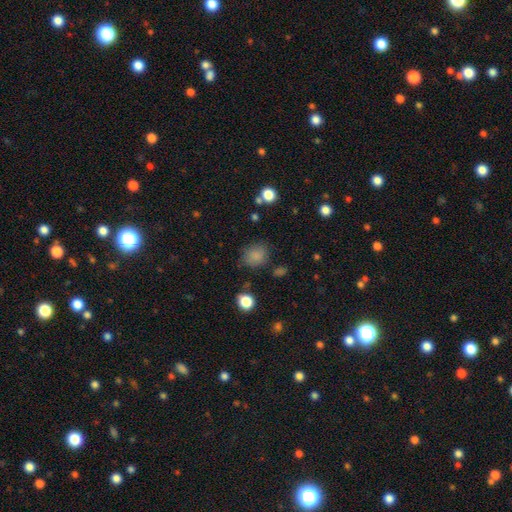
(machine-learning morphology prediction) Smooth or featured?
  - smooth: 83% *
  - star or artifact: 12%
  - featured or disk: 5%
How rounded?
  - round: 64% *
  - in between: 35%
  - cigar-shaped: 1%
Merging?
  - none: 76% *
  - minor disturbance: 16%
  - major disturbance: 5%
  - merger: 3%